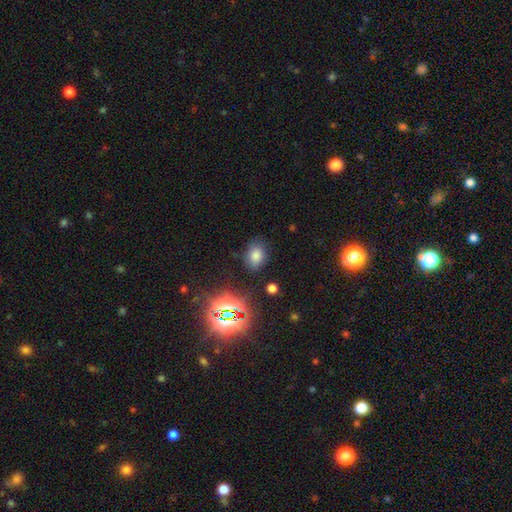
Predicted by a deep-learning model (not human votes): This is likely a smooth galaxy (71%). How rounded: likely in between (68%). Merging: likely none (80%).